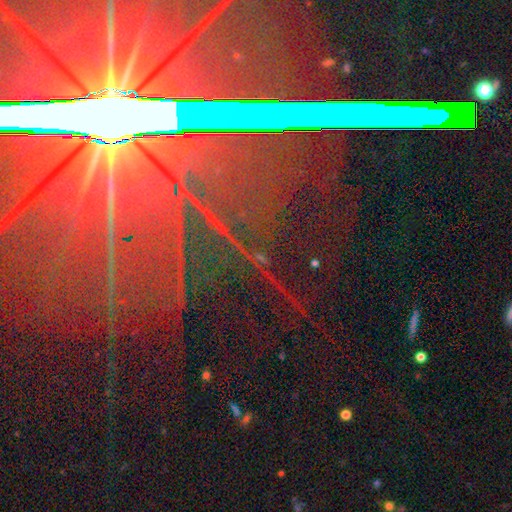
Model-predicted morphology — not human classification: star or artifact 83%, featured or disk 11%, smooth 6%.